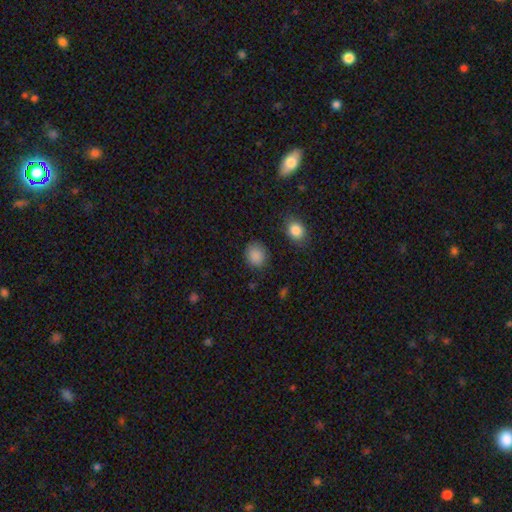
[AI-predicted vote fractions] Smooth or featured? Predicted: smooth (p=0.88). How rounded? Predicted: round (p=0.70). Merging? Predicted: none (p=0.83).